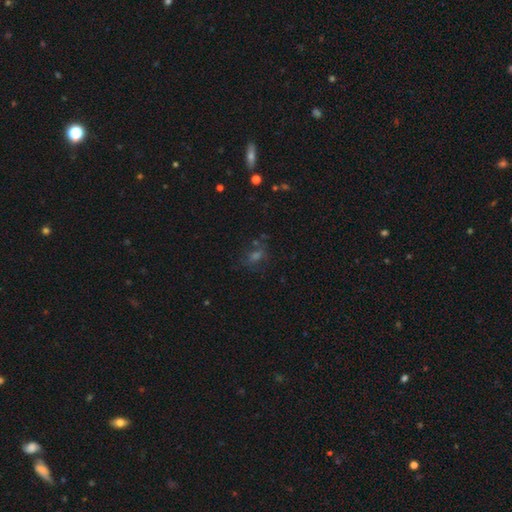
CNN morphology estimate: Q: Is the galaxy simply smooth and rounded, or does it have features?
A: star or artifact — 38%.